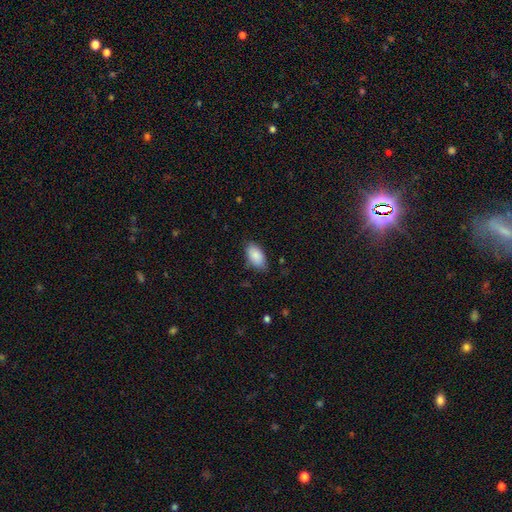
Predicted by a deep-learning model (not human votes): Smooth or featured: smooth — 88% (star or artifact — 6%)
How rounded: in between — 95% (round — 3%)
Merging: none — 78% (minor disturbance — 17%)